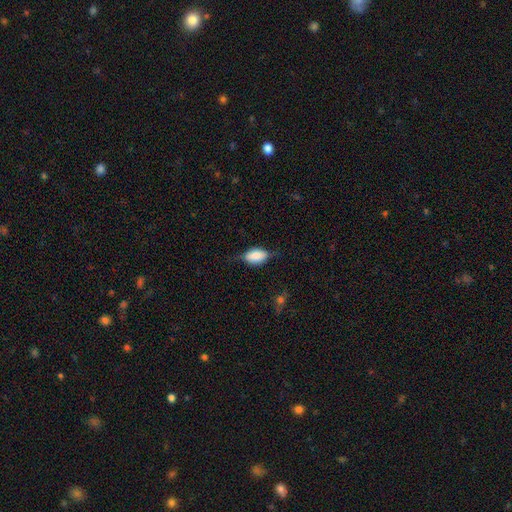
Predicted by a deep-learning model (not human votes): Smooth or featured? Predicted: smooth (p=0.69). How rounded? Predicted: in between (p=0.87). Merging? Predicted: none (p=0.58).